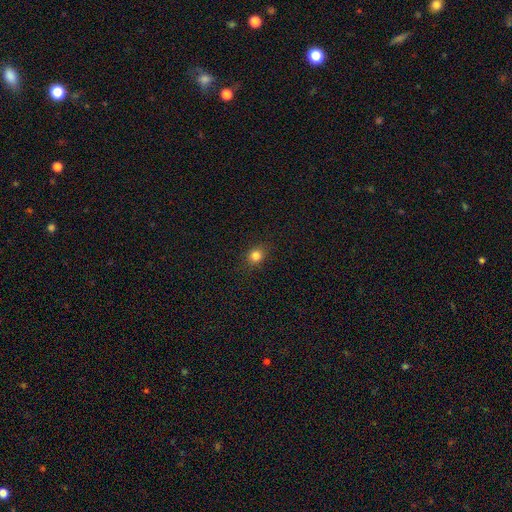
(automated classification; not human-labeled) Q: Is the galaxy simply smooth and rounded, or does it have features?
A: smooth — 82%.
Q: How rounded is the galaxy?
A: round — 79%.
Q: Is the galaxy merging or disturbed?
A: none — 88%.